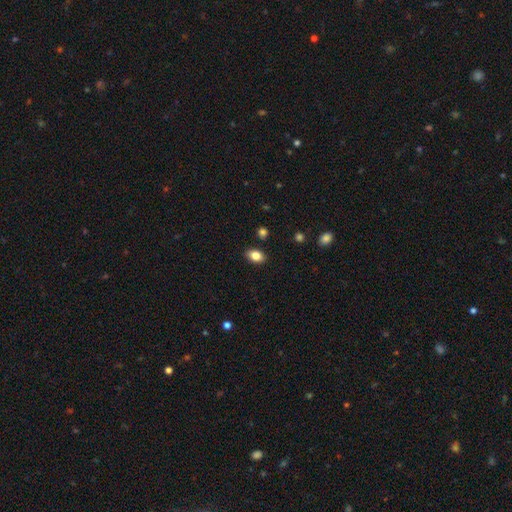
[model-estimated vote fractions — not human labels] A smooth galaxy with no disk features (84%) that is in between round and cigar-shaped (81%).

Vote fractions:
- Smooth or featured? smooth: 84% / star or artifact: 9% / featured or disk: 7%
- How rounded? in between: 81% / round: 17% / cigar-shaped: 2%
- Merging? none: 87% / minor disturbance: 10% / major disturbance: 2% / merger: 2%